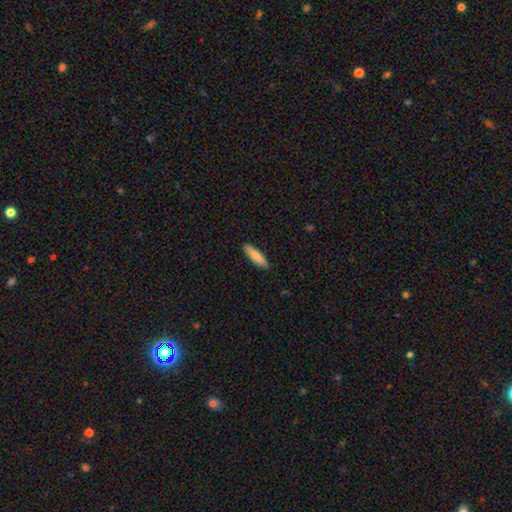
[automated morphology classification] Smooth or featured? smooth (86%)
How rounded? cigar-shaped (66%)
Merging? none (90%)